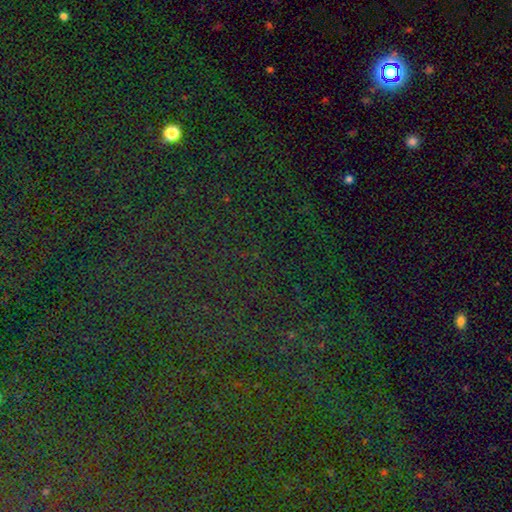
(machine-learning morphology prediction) Smooth or featured? star or artifact (80%)